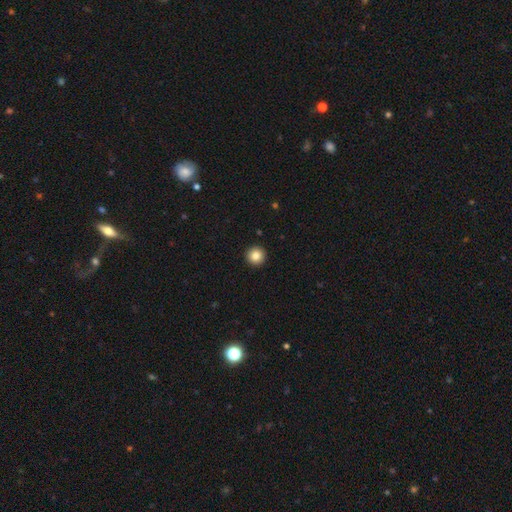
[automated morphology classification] A smooth galaxy with no disk features (85%) that is round (96%). Merging: none (94%).